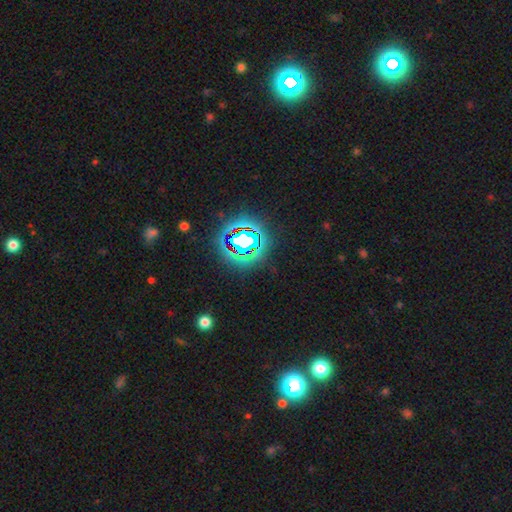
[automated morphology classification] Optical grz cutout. It shows a star or artifact, not a galaxy (80%).